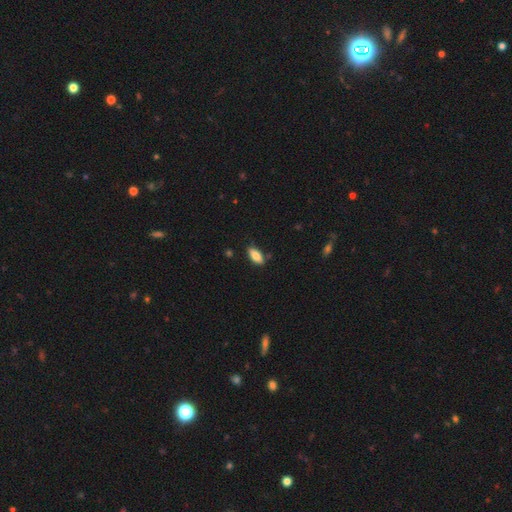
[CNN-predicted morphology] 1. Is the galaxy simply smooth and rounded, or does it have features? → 81% smooth, 12% featured or disk, 7% star or artifact.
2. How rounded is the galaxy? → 84% in between, 14% cigar-shaped, 2% round.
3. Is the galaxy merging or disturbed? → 83% none, 13% minor disturbance, 2% major disturbance, 2% merger.